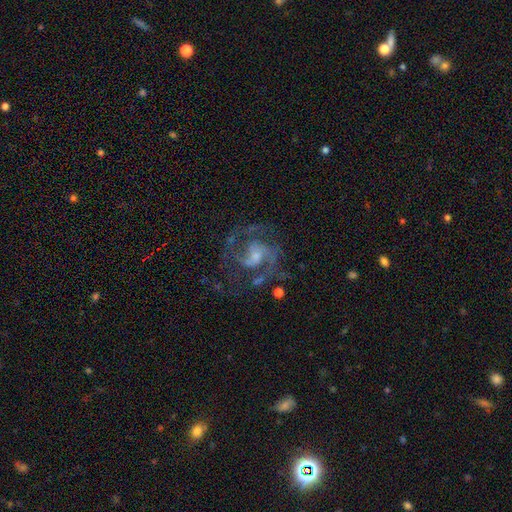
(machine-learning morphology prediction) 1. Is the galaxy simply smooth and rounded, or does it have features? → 87% featured or disk, 7% star or artifact, 6% smooth.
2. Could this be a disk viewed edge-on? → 98% no, 2% yes.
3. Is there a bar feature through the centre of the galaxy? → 44% weak (tied), 44% no (tied), 12% strong.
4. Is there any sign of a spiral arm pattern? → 96% yes, 4% no.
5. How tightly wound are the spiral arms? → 58% medium, 29% tight, 14% loose.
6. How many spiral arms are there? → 74% 2, 10% 3, 8% can't tell, 3% 1, 3% 4, 2% more than 4.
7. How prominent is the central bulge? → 51% small, 35% moderate, 9% none, 4% large, 1% dominant.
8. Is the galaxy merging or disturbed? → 67% none, 16% minor disturbance, 15% major disturbance, 3% merger.